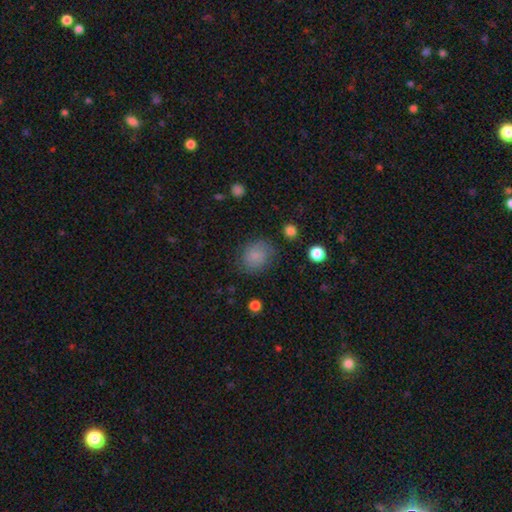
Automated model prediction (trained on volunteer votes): Smooth or featured?
  - smooth: 81% *
  - star or artifact: 10%
  - featured or disk: 9%
How rounded?
  - round: 59% *
  - in between: 40%
  - cigar-shaped: 1%
Merging?
  - none: 74% *
  - minor disturbance: 18%
  - major disturbance: 6%
  - merger: 2%